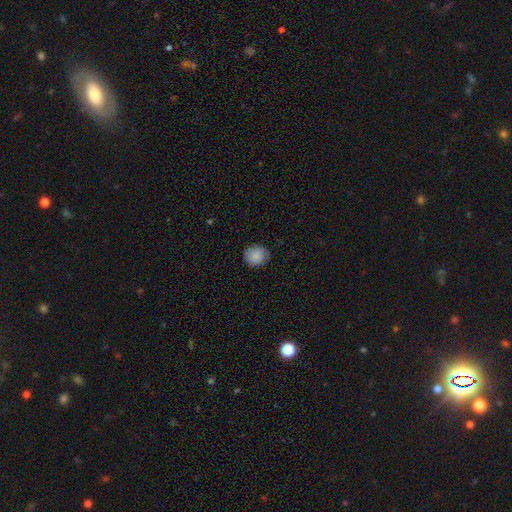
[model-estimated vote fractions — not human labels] This is clearly a smooth galaxy (88%). How rounded: clearly round (80%). Merging: clearly none (84%).